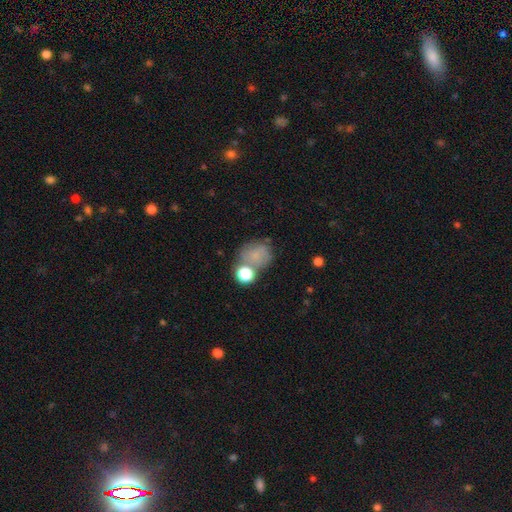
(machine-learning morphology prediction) This appears to be a smooth galaxy with no disk features (69%) that is round (64%). Merging: none (46%).